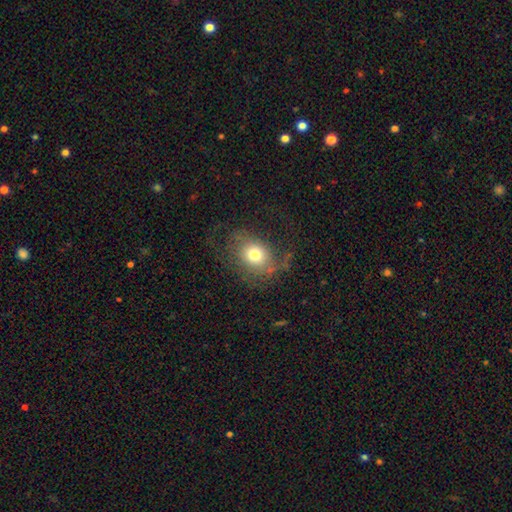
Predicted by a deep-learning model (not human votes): smooth-or-featured: smooth: 54% | featured or disk: 34% | star or artifact: 12%
  how-rounded: round: 58% | in between: 41% | cigar-shaped: 1%
  merging: none: 51% | major disturbance: 28% | minor disturbance: 20% | merger: 2%